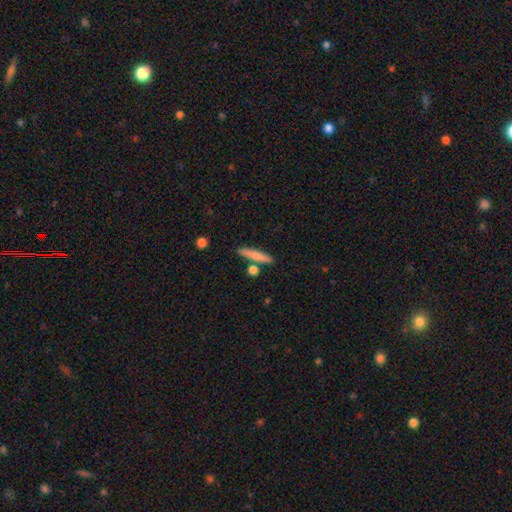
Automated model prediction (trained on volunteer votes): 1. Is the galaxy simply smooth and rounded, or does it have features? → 77% smooth, 17% featured or disk, 6% star or artifact.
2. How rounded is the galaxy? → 87% cigar-shaped, 10% in between, 3% round.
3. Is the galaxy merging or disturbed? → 80% none, 9% minor disturbance, 8% merger, 2% major disturbance.